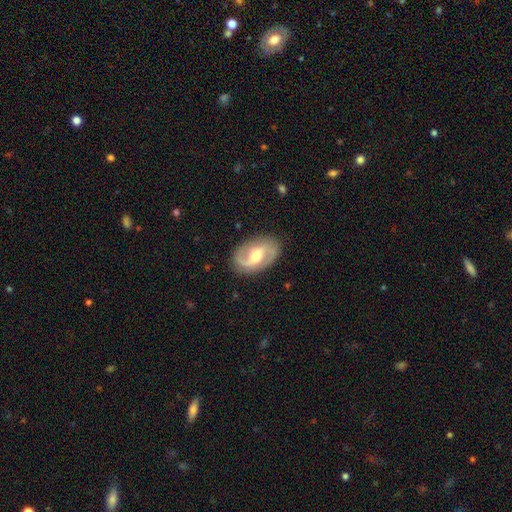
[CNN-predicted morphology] Overall: featured or disk (82%). Edge-on disk: no (97%). Bar: weak (50%; no 29%). Spiral arms: yes (93%). Spiral arm count: 2 (85%). Spiral winding: medium (46%; loose 36%). Bulge size: moderate (69%). Merging: none (82%).